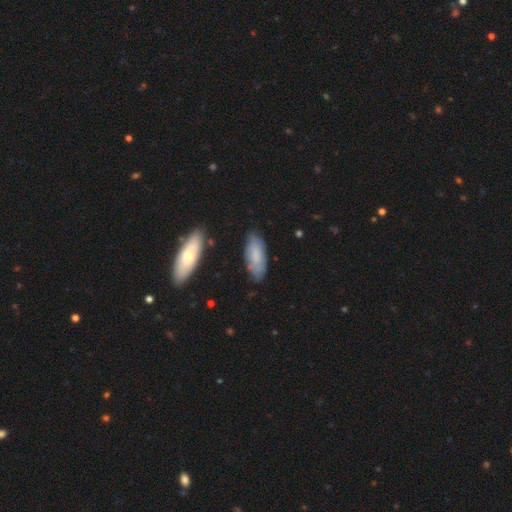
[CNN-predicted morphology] smooth-or-featured: smooth: 70% | featured or disk: 24% | star or artifact: 6%
  how-rounded: in between: 83% | cigar-shaped: 15% | round: 2%
  merging: none: 77% | minor disturbance: 17% | major disturbance: 4% | merger: 2%